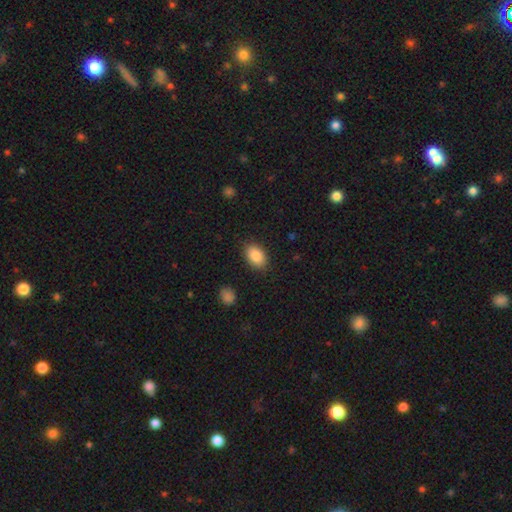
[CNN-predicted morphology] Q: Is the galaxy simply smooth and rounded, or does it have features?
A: smooth — 88%.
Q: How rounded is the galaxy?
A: in between — 88%.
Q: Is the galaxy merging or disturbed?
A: none — 86%.